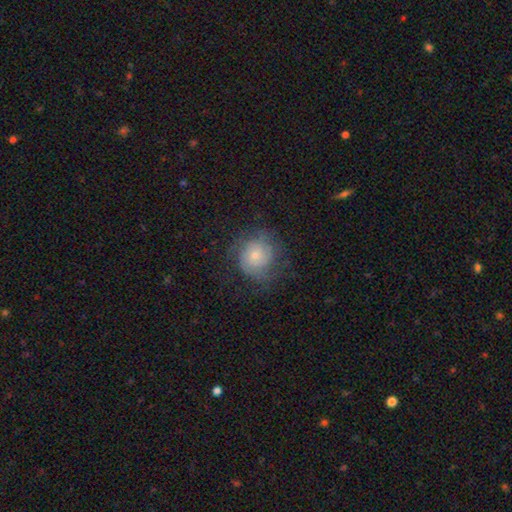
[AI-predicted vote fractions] A featured or disk galaxy (50%). Merging: none (64%).